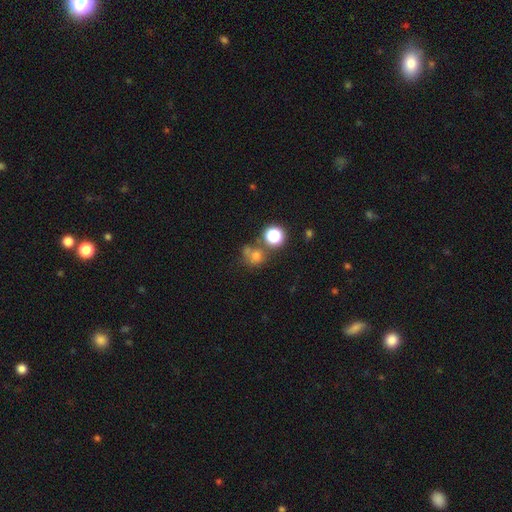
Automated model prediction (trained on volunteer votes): Smooth or featured? Predicted: smooth (p=0.68). How rounded? Predicted: round (p=0.82). Merging? Predicted: none (p=0.50).